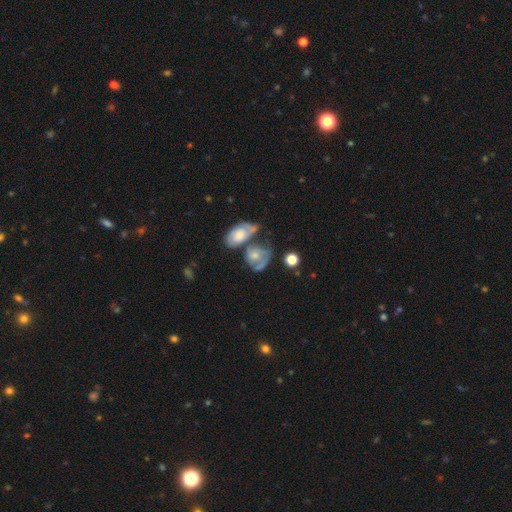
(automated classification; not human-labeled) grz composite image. It shows a featured or disk galaxy (48%). Merging: merger (34%).